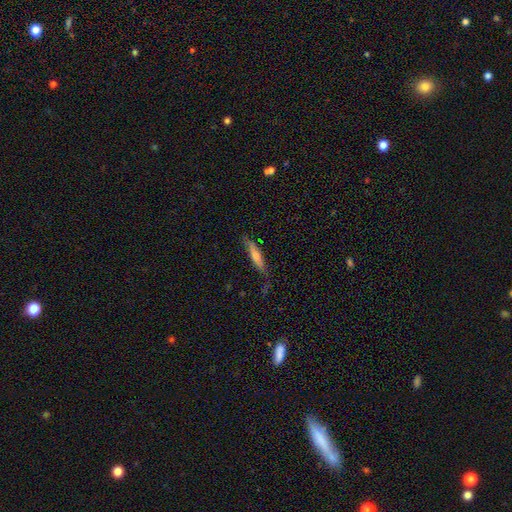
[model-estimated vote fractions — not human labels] The model was most divided on "smooth or featured": smooth: 51%, featured or disk: 42%, star or artifact: 6%. More confident: how rounded — cigar-shaped (81%); merging — none (71%).